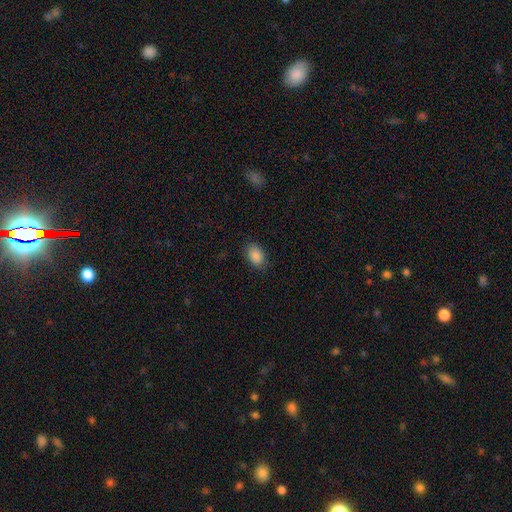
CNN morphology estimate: smooth-or-featured: smooth: 88% | star or artifact: 8% | featured or disk: 4%
  how-rounded: in between: 84% | round: 14% | cigar-shaped: 1%
  merging: none: 84% | minor disturbance: 12% | major disturbance: 3% | merger: 1%